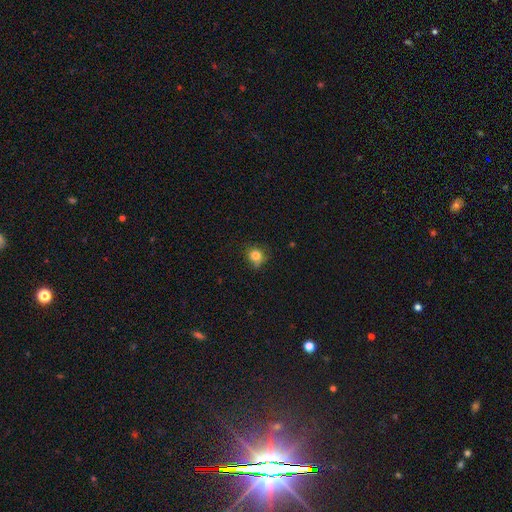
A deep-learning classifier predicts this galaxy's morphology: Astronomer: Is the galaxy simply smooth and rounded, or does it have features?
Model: smooth — 81%.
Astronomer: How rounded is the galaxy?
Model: round — 84%.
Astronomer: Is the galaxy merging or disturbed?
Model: none — 70%.